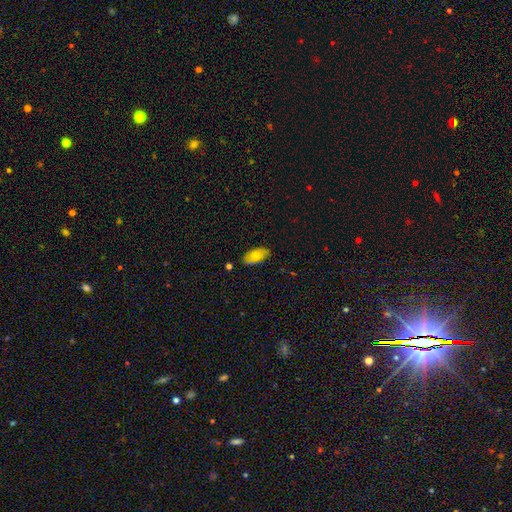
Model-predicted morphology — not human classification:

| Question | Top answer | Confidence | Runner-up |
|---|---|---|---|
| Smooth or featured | smooth | 70% | featured or disk (22%) |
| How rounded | in between | 93% | cigar-shaped (4%) |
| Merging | none | 79% | minor disturbance (17%) |